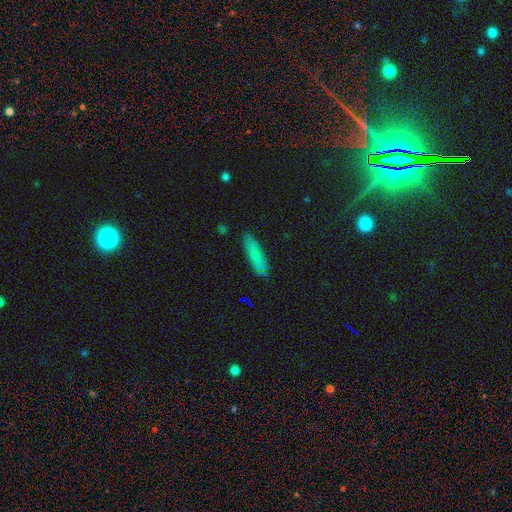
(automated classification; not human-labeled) A smooth galaxy with no disk features (79%) that is cigar-shaped (67%). Merging: none (85%).